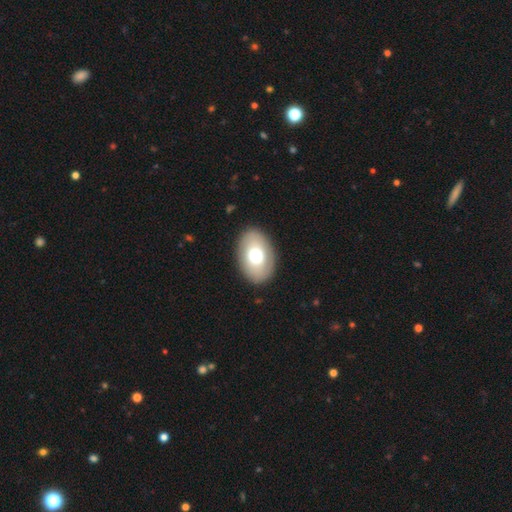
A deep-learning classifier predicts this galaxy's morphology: This is likely a smooth galaxy (70%). How rounded: clearly in between (87%). Merging: clearly none (88%).